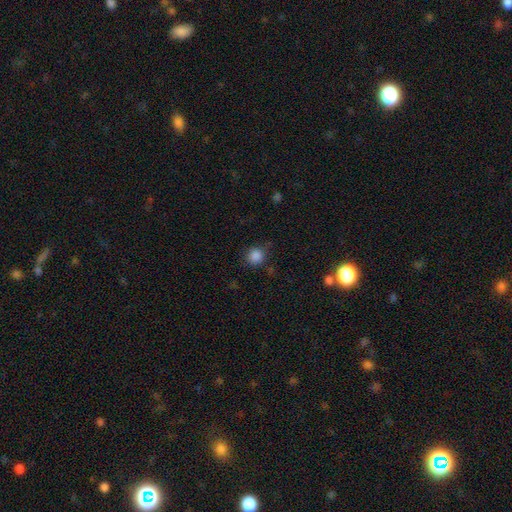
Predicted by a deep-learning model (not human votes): Smooth or featured? Predicted: smooth (p=0.85). How rounded? Predicted: round (p=0.90). Merging? Predicted: none (p=0.80).